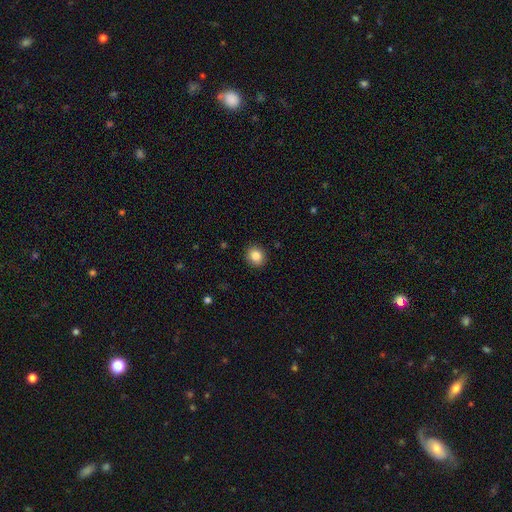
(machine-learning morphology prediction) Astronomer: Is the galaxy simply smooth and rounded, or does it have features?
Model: smooth — 85%.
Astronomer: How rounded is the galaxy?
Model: round — 78%.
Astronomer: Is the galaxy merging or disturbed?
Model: none — 91%.